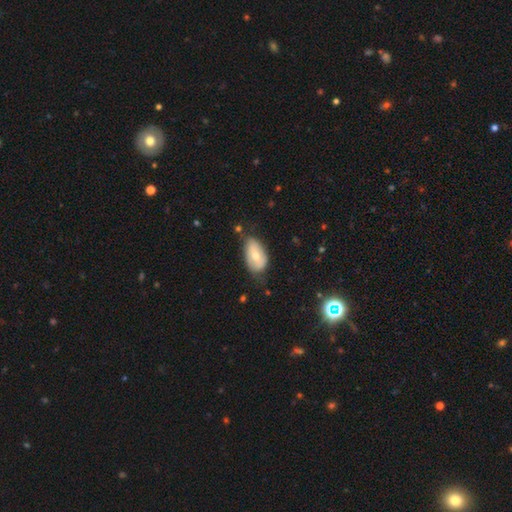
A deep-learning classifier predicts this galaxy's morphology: A smooth galaxy with no disk features (59%) that is in between round and cigar-shaped (92%).

Vote fractions:
- Smooth or featured? smooth: 59% / featured or disk: 34% / star or artifact: 6%
- How rounded? in between: 92% / round: 6% / cigar-shaped: 2%
- Merging? none: 54% / minor disturbance: 34% / major disturbance: 9% / merger: 3%